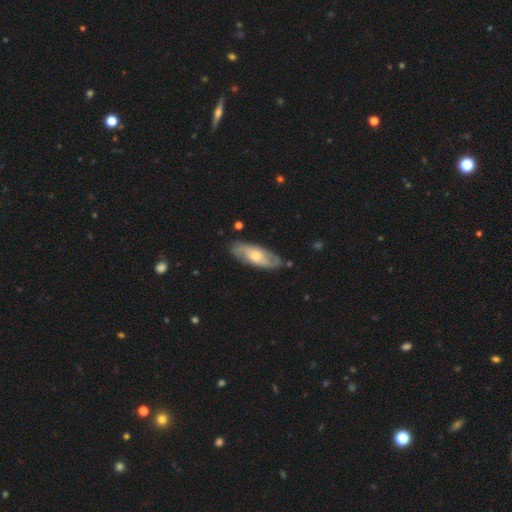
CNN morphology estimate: A featured or disk galaxy (56%).

Vote fractions:
- Smooth or featured? featured or disk: 56% / smooth: 38% / star or artifact: 5%
- Edge-on disk? no: 81% / yes: 19%
- Merging? none: 79% / minor disturbance: 16% / major disturbance: 4% / merger: 2%